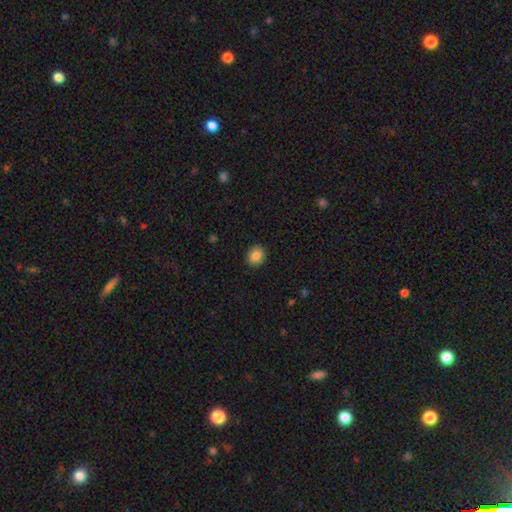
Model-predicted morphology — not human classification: This appears to be a smooth galaxy with no disk features (87%) that is round (56%). Merging: none (90%).